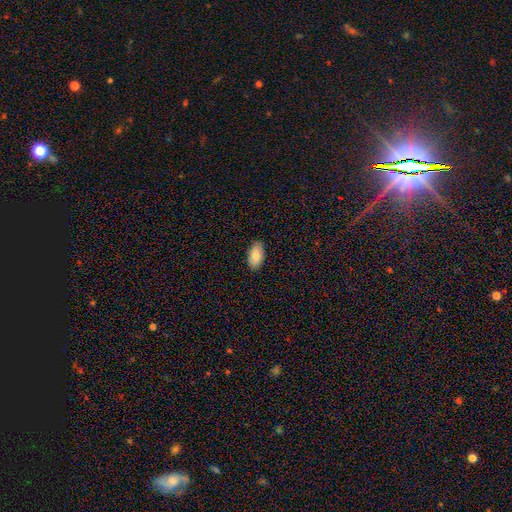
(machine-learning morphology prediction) Smooth or featured?
  - smooth: 83% *
  - featured or disk: 11%
  - star or artifact: 7%
How rounded?
  - in between: 94% *
  - round: 3%
  - cigar-shaped: 2%
Merging?
  - none: 88% *
  - minor disturbance: 9%
  - major disturbance: 2%
  - merger: 1%